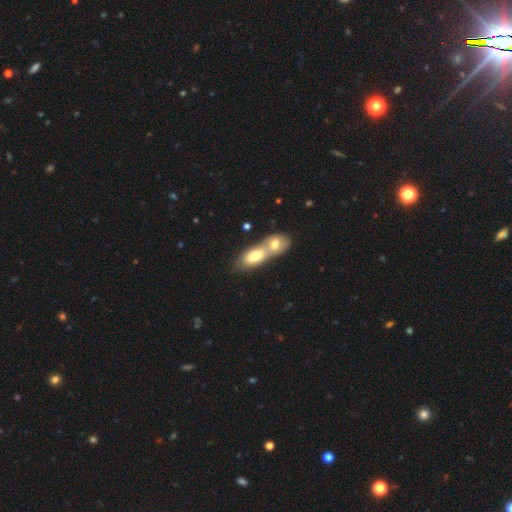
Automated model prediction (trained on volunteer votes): smooth_or_featured: smooth (p=0.70) [alt: featured or disk p=0.23]
how_rounded: in between (p=0.81) [alt: cigar-shaped p=0.12]
merging: merger (p=0.75) [alt: none p=0.17]